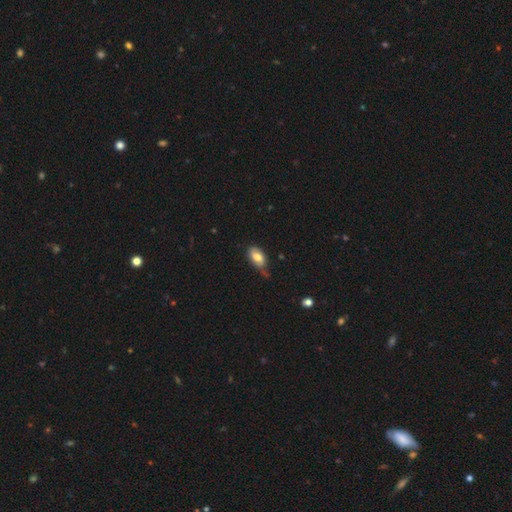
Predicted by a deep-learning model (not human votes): smooth_or_featured: smooth (p=0.75) [alt: featured or disk p=0.18]
how_rounded: in between (p=0.92) [alt: round p=0.04]
merging: none (p=0.43) [alt: minor disturbance p=0.40]